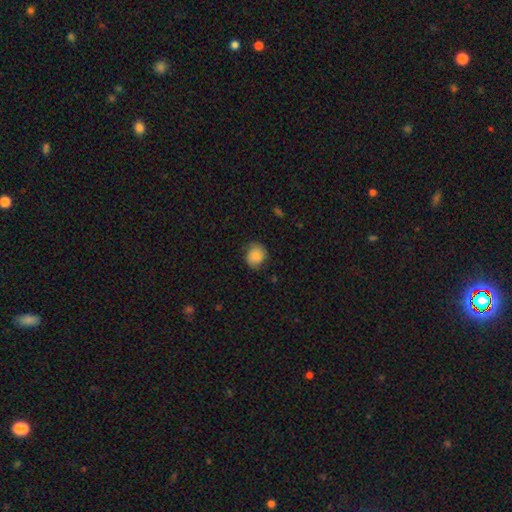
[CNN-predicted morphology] This appears to be a smooth galaxy with no disk features (81%) that is round (73%). Merging: none (71%).